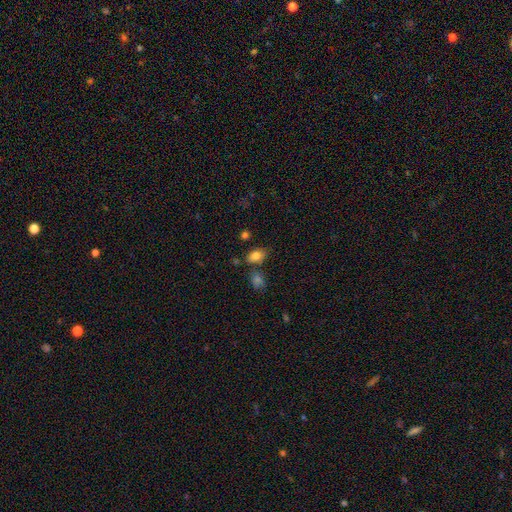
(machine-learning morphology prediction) This is clearly a smooth galaxy (81%). How rounded: clearly in between (85%). Merging: likely none (75%).